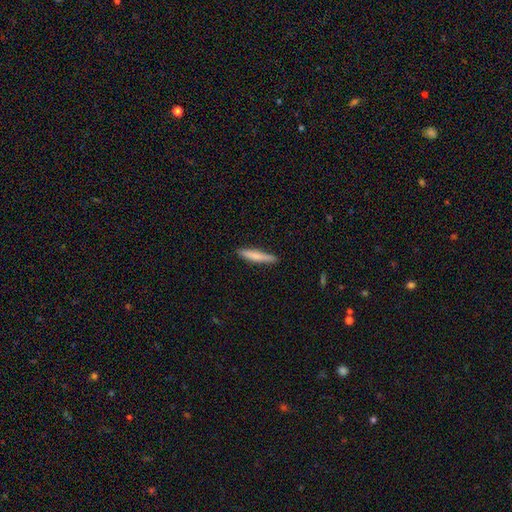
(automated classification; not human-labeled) smooth_or_featured: smooth (p=0.74) [alt: featured or disk p=0.21]
how_rounded: cigar-shaped (p=0.91) [alt: in between p=0.07]
merging: none (p=0.88) [alt: minor disturbance p=0.09]